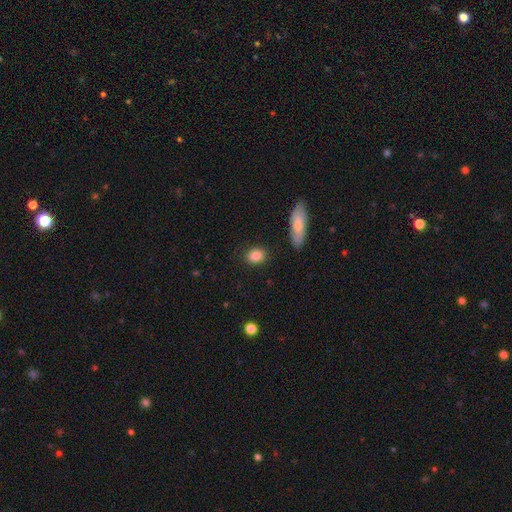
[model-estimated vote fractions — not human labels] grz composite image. It shows a smooth galaxy with no disk features (87%) that is in between round and cigar-shaped (54%). Merging: none (86%).